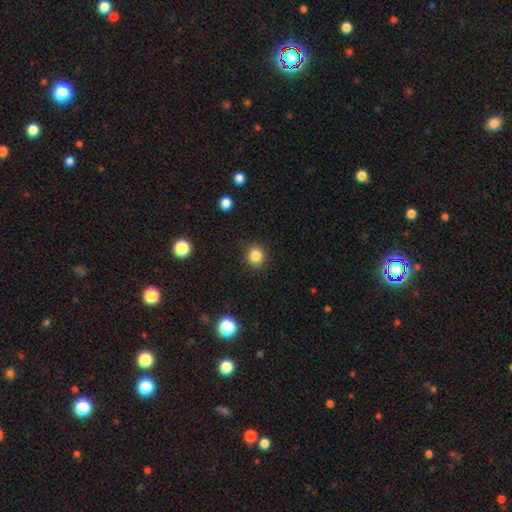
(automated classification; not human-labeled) Smooth or featured?
  - smooth: 85% *
  - star or artifact: 11%
  - featured or disk: 4%
How rounded?
  - round: 86% *
  - in between: 13%
  - cigar-shaped: 1%
Merging?
  - none: 90% *
  - minor disturbance: 7%
  - major disturbance: 2%
  - merger: 1%